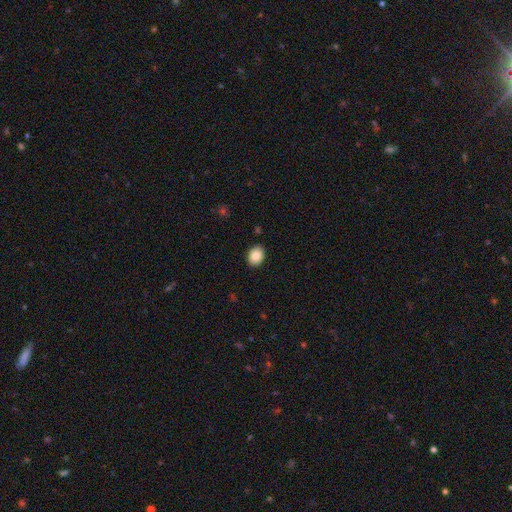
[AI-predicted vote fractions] Morphology: type=smooth (85%); roundness=in between (66%); merging=none (89%).